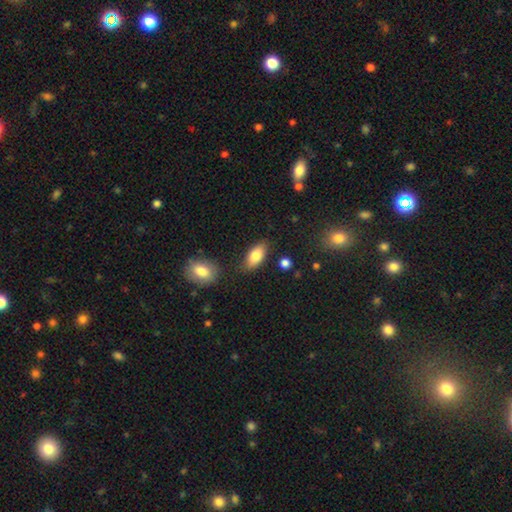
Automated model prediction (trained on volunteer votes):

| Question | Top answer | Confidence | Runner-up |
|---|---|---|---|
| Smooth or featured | smooth | 82% | featured or disk (11%) |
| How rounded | in between | 89% | cigar-shaped (7%) |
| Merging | none | 80% | minor disturbance (13%) |